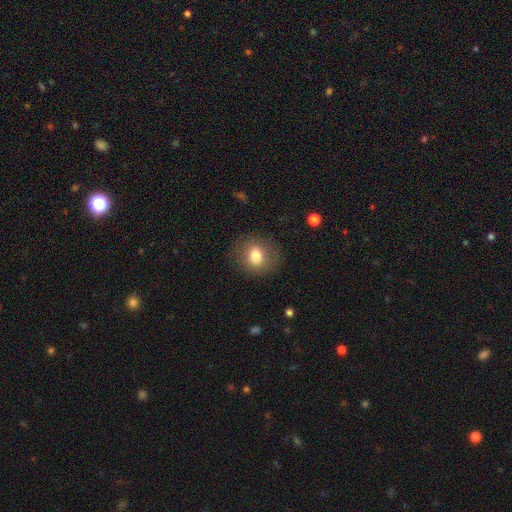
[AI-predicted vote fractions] Smooth or featured?
  - smooth: 77% *
  - featured or disk: 13%
  - star or artifact: 10%
How rounded?
  - round: 68% *
  - in between: 31%
  - cigar-shaped: 1%
Merging?
  - none: 85% *
  - minor disturbance: 10%
  - major disturbance: 4%
  - merger: 1%